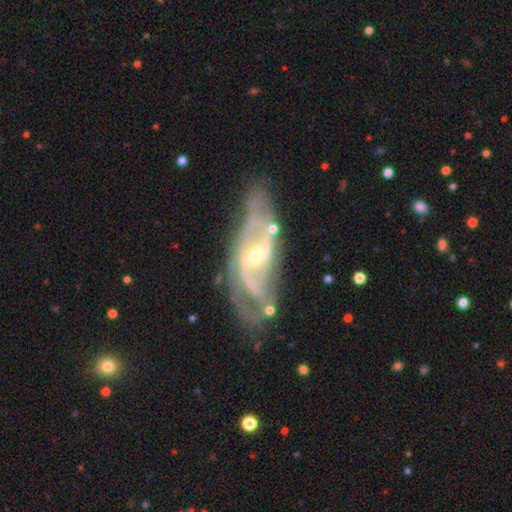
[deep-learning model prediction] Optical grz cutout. It shows a featured or disk galaxy (85%) with a weak bar (44%), 2 (62%) medium (45%) spiral arms (89%) and a small central bulge (65%). Merging: none (60%).